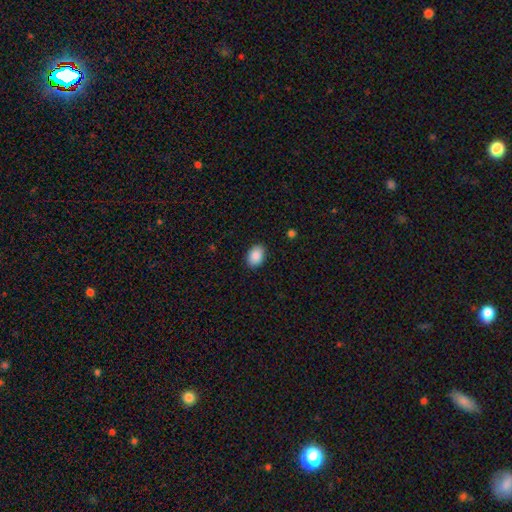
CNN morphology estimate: The model was most divided on "how rounded": in between: 82%, round: 17%, cigar-shaped: 1%. More confident: smooth or featured — smooth (90%); merging — none (88%).